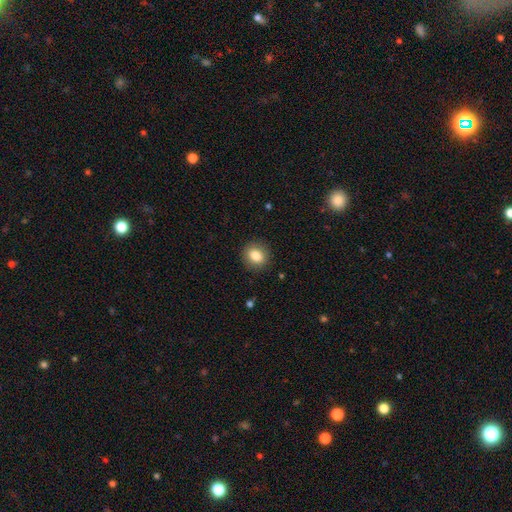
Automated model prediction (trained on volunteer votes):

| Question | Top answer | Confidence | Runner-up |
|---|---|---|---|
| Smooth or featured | smooth | 84% | star or artifact (9%) |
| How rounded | round | 72% | in between (27%) |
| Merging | none | 89% | minor disturbance (8%) |